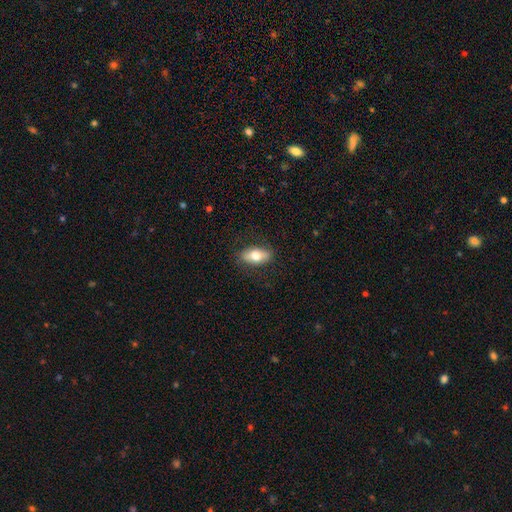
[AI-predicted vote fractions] Morphology: type=smooth (69%); roundness=in between (85%); merging=none (85%).